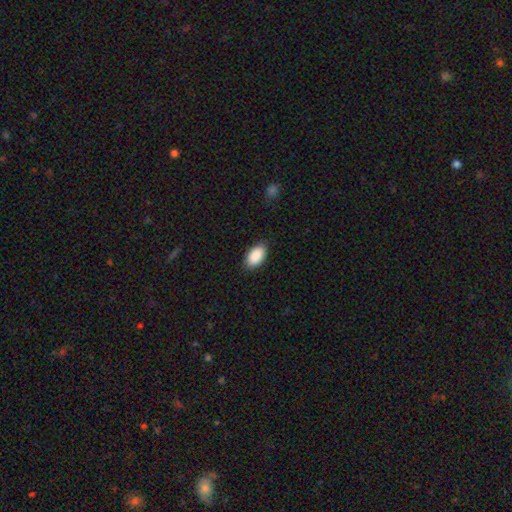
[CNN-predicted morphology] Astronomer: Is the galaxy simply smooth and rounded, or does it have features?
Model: smooth — 91%.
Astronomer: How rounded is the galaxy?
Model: in between — 95%.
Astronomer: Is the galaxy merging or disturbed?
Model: none — 86%.